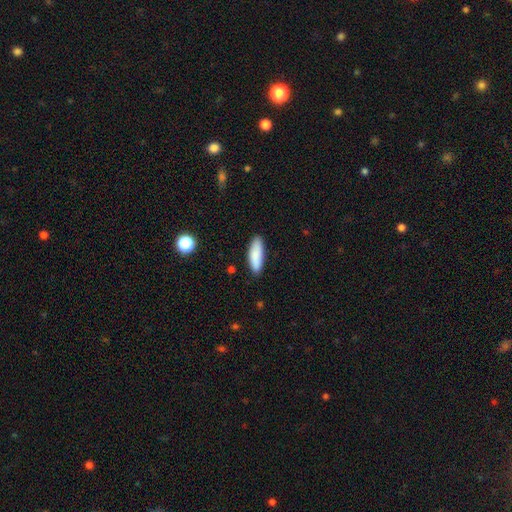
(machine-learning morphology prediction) Q: Smooth or featured?
A: smooth (88%); runner-up: star or artifact (6%)
Q: How rounded?
A: in between (61%); runner-up: cigar-shaped (37%)
Q: Merging?
A: none (87%); runner-up: minor disturbance (10%)